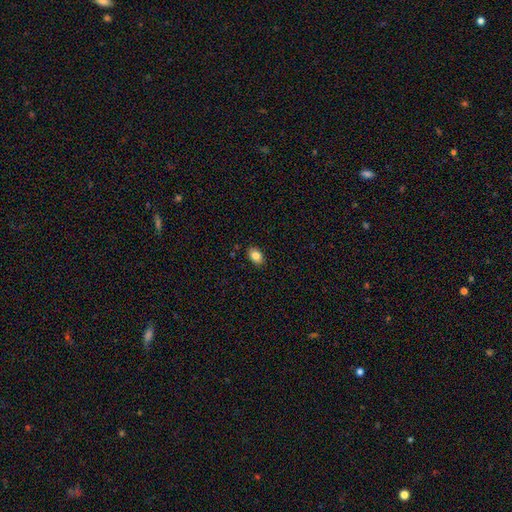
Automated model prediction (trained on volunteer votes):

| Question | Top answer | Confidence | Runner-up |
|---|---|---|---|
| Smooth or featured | smooth | 85% | star or artifact (9%) |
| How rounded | in between | 84% | round (14%) |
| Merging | none | 88% | minor disturbance (9%) |